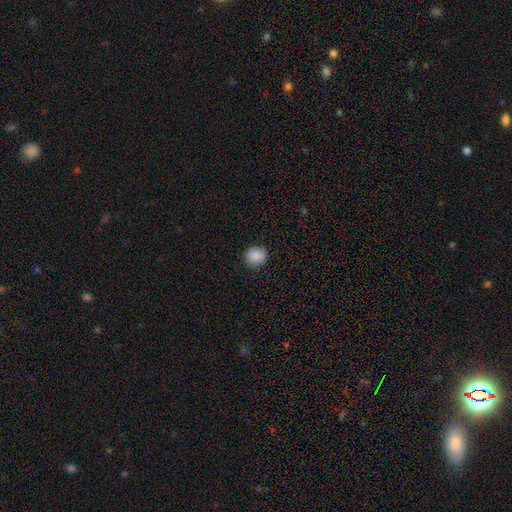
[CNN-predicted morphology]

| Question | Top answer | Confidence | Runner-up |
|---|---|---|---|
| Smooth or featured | smooth | 88% | star or artifact (8%) |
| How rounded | round | 84% | in between (16%) |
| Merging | none | 88% | minor disturbance (9%) |